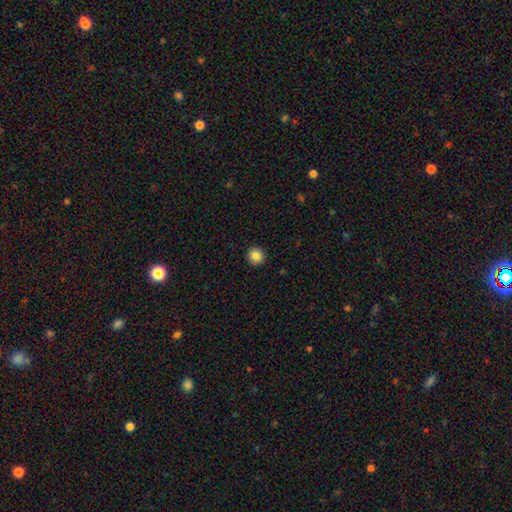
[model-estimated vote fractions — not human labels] The model was most divided on "smooth or featured": smooth: 86%, star or artifact: 10%, featured or disk: 4%. More confident: how rounded — round (93%); merging — none (93%).